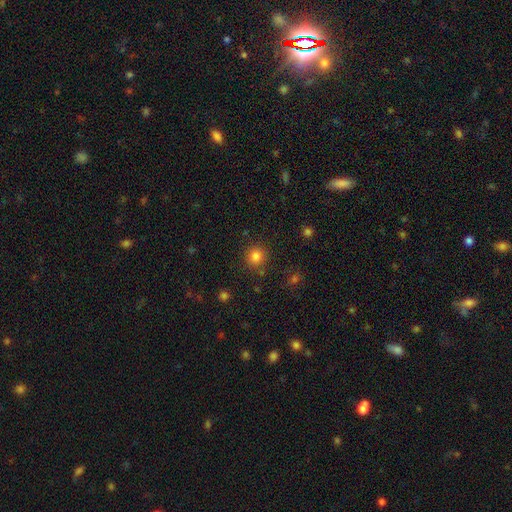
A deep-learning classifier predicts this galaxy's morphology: A smooth galaxy with no disk features (82%) that is round (90%).

Vote fractions:
- Smooth or featured? smooth: 82% / star or artifact: 13% / featured or disk: 5%
- How rounded? round: 90% / in between: 9% / cigar-shaped: 1%
- Merging? none: 85% / minor disturbance: 8% / merger: 4% / major disturbance: 3%